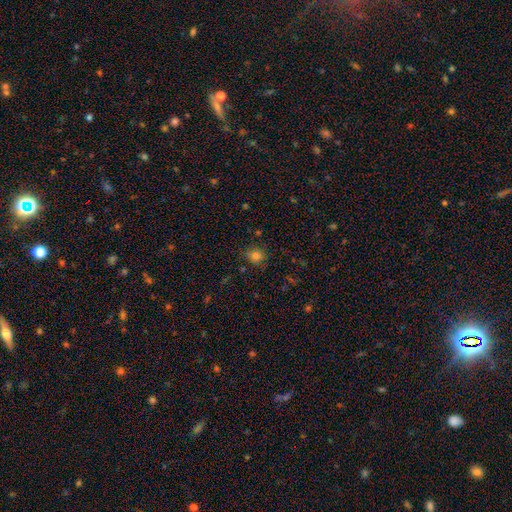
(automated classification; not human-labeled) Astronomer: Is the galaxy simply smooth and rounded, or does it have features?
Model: smooth — 79%.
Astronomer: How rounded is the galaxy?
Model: round — 83%.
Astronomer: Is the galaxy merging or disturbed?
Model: none — 78%.